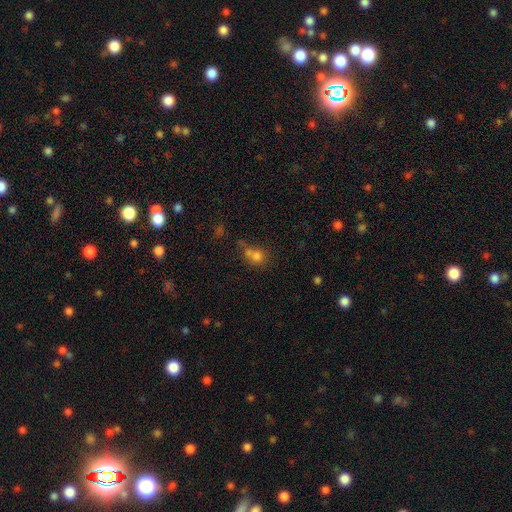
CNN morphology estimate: smooth-or-featured: smooth: 72% | star or artifact: 16% | featured or disk: 12%
  how-rounded: round: 72% | in between: 27% | cigar-shaped: 1%
  merging: none: 40% | merger: 39% | minor disturbance: 13% | major disturbance: 8%